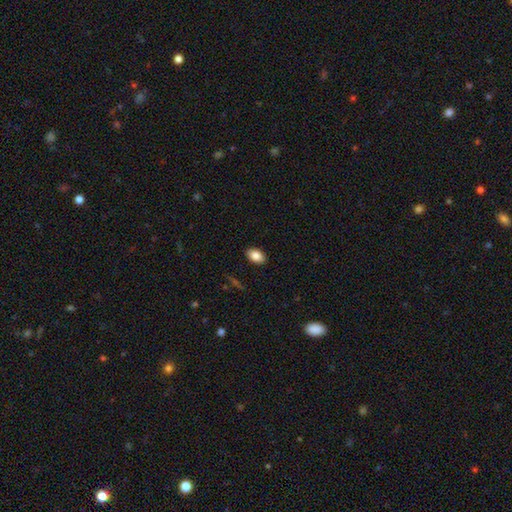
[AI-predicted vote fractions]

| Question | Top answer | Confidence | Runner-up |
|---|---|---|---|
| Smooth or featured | smooth | 84% | featured or disk (8%) |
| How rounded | in between | 90% | round (8%) |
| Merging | none | 89% | minor disturbance (8%) |